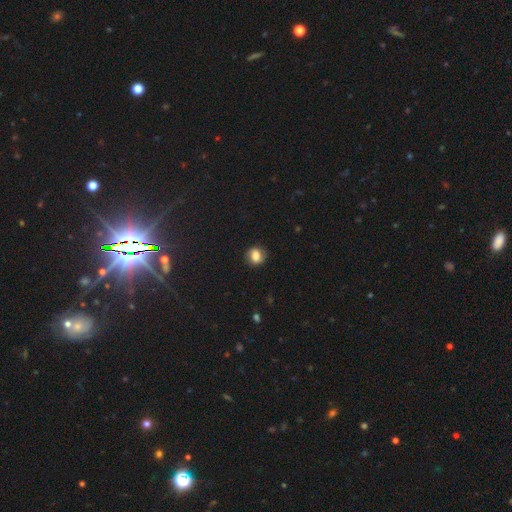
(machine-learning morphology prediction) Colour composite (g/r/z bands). It shows a smooth galaxy with no disk features (68%) that is round (68%). Merging: none (80%).